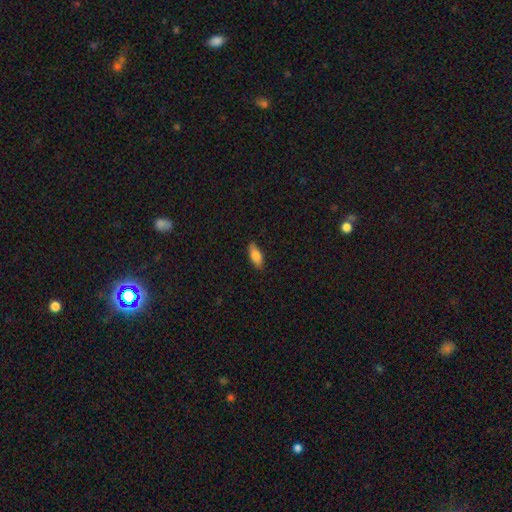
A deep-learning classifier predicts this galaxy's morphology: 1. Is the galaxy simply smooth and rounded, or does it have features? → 82% smooth, 11% featured or disk, 7% star or artifact.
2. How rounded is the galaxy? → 78% in between, 19% cigar-shaped, 2% round.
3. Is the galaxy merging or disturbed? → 85% none, 12% minor disturbance, 2% major disturbance, 1% merger.